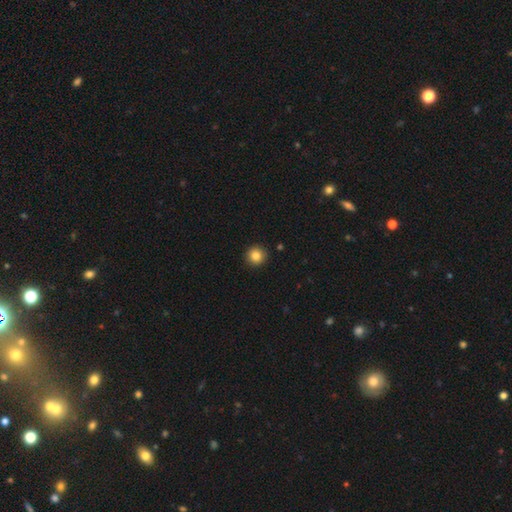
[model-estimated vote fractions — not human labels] Smooth or featured: smooth — 84% (star or artifact — 10%)
How rounded: round — 95% (in between — 4%)
Merging: none — 92% (minor disturbance — 5%)